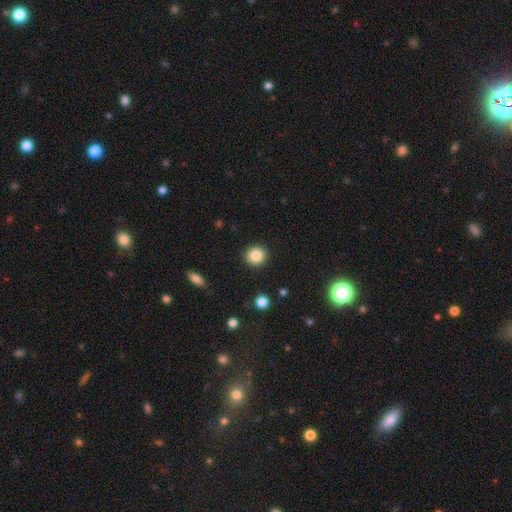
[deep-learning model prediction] Smooth or featured? smooth (85%)
How rounded? round (91%)
Merging? none (92%)